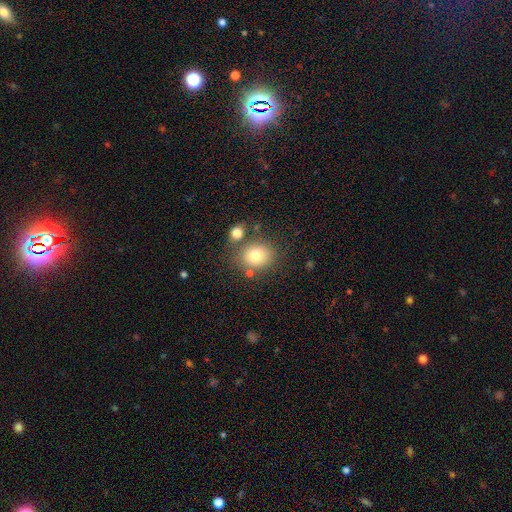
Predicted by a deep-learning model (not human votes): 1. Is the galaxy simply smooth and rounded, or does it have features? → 77% smooth, 12% featured or disk, 11% star or artifact.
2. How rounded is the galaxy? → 60% round, 40% in between, 1% cigar-shaped.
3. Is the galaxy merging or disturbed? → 69% none, 14% merger, 12% minor disturbance, 4% major disturbance.